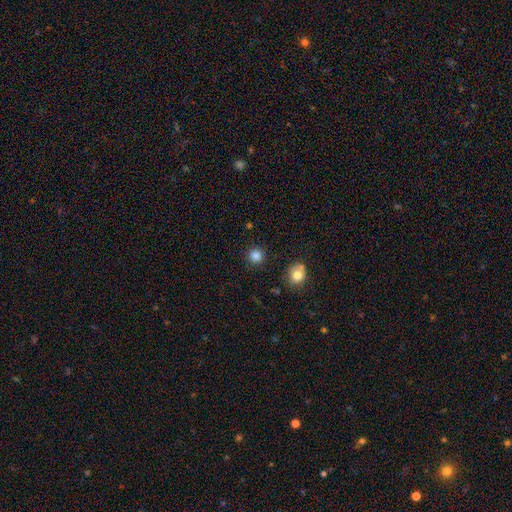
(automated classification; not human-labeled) smooth 85%, star or artifact 12%, featured or disk 4%. Down the decision tree: how rounded — round (93%); merging — none (90%).